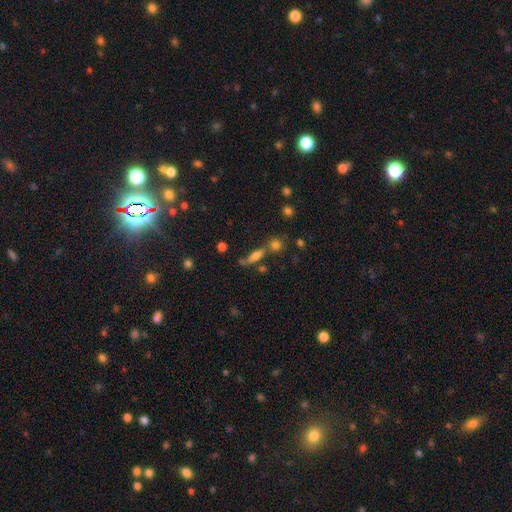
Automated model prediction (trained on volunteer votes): Smooth or featured?
  - smooth: 60% *
  - featured or disk: 27%
  - star or artifact: 13%
How rounded?
  - cigar-shaped: 57% *
  - in between: 36%
  - round: 7%
Merging?
  - none: 55% *
  - merger: 21%
  - minor disturbance: 16%
  - major disturbance: 9%